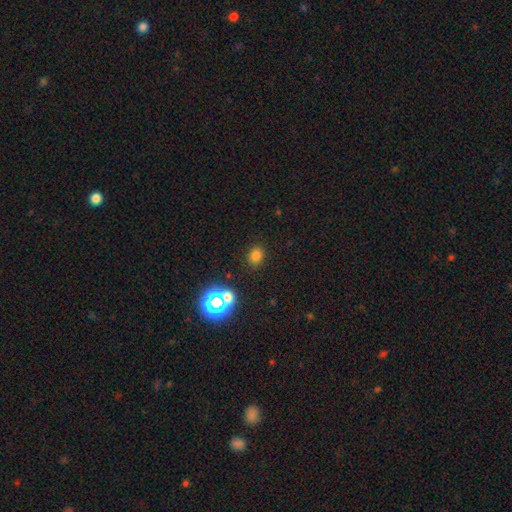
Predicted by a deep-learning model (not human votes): A smooth galaxy with no disk features (73%) that is round (61%). Merging: none (85%).